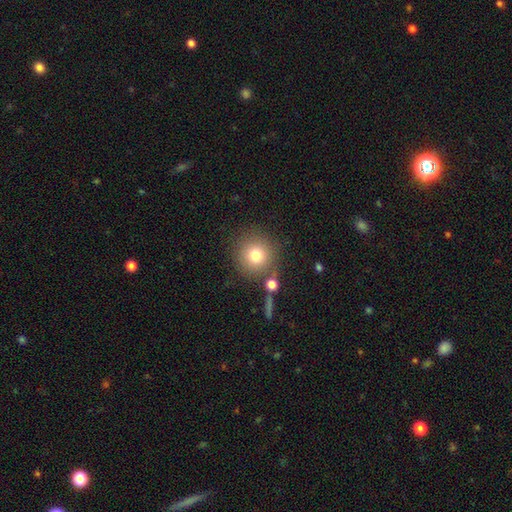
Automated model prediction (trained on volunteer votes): smooth-or-featured: smooth: 78% | star or artifact: 11% | featured or disk: 10%
  how-rounded: round: 93% | in between: 6% | cigar-shaped: 1%
  merging: none: 77% | merger: 9% | minor disturbance: 9% | major disturbance: 4%